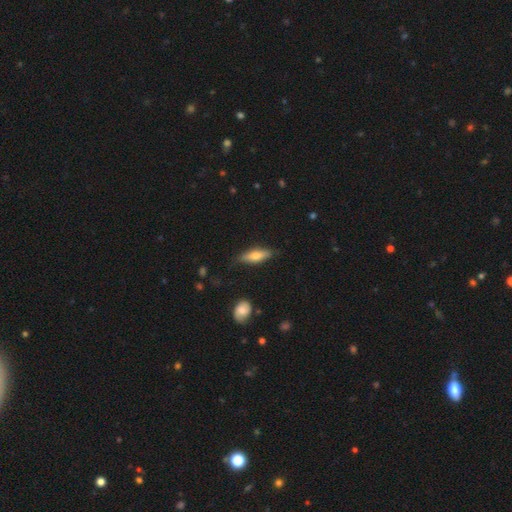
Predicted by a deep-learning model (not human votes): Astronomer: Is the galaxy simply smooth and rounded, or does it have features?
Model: smooth — 61%.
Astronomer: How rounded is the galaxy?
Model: cigar-shaped — 55% (runner-up: in between, 43%).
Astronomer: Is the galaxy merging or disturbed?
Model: none — 79%.